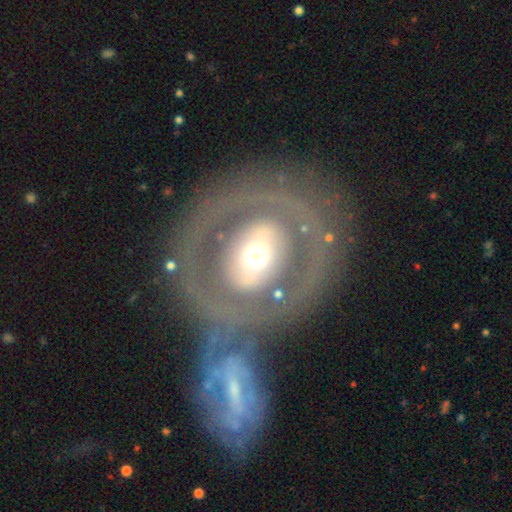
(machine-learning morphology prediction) This appears to be a featured or disk galaxy (64%) with no bar (67%), no spiral arms (77%) and a moderate central bulge (62%). Merging: none (69%).